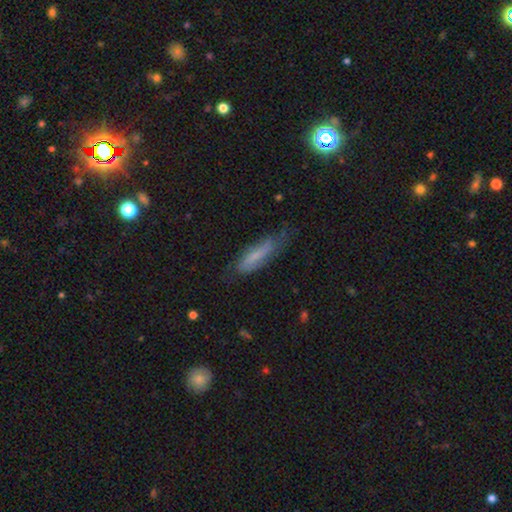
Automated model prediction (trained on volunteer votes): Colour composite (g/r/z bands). It shows a smooth galaxy with no disk features (57%) that is cigar-shaped (67%). Merging: none (58%).